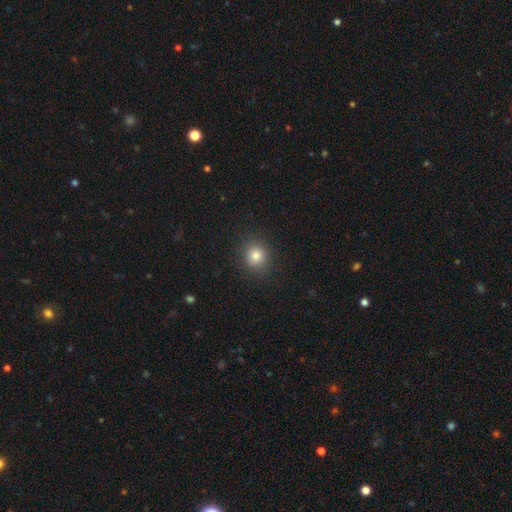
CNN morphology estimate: Smooth or featured? Predicted: smooth (p=0.82). How rounded? Predicted: round (p=0.85). Merging? Predicted: none (p=0.90).